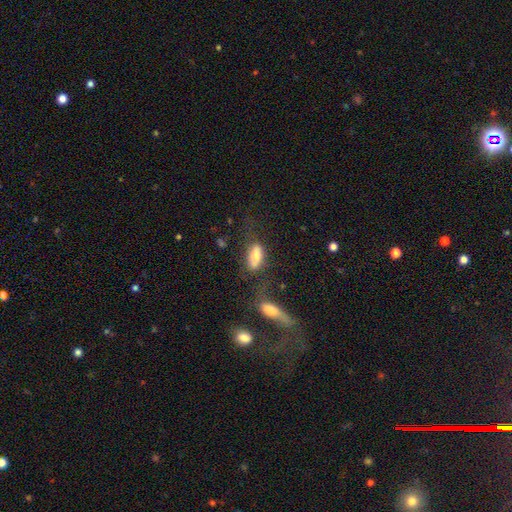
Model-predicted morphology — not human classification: Smooth or featured? Predicted: smooth (p=0.72). How rounded? Predicted: in between (p=0.86). Merging? Predicted: none (p=0.50).